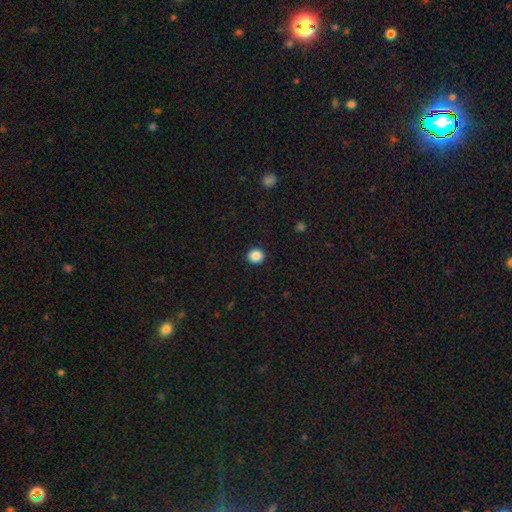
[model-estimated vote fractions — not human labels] smooth_or_featured: smooth (p=0.88) [alt: star or artifact p=0.10]
how_rounded: round (p=0.90) [alt: in between p=0.09]
merging: none (p=0.92) [alt: minor disturbance p=0.05]